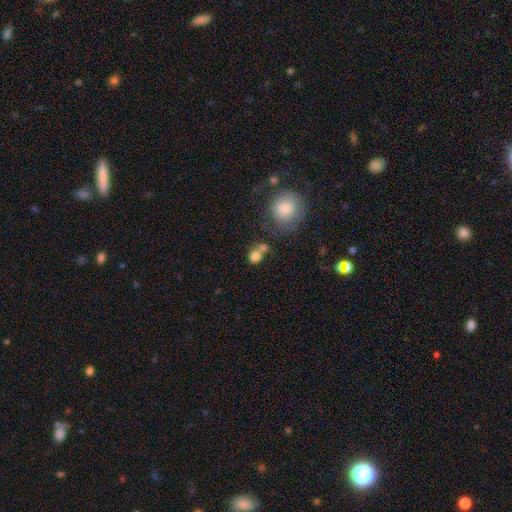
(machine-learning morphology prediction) Q: Smooth or featured?
A: smooth (79%); runner-up: star or artifact (12%)
Q: How rounded?
A: round (69%); runner-up: in between (29%)
Q: Merging?
A: none (42%); runner-up: merger (40%)